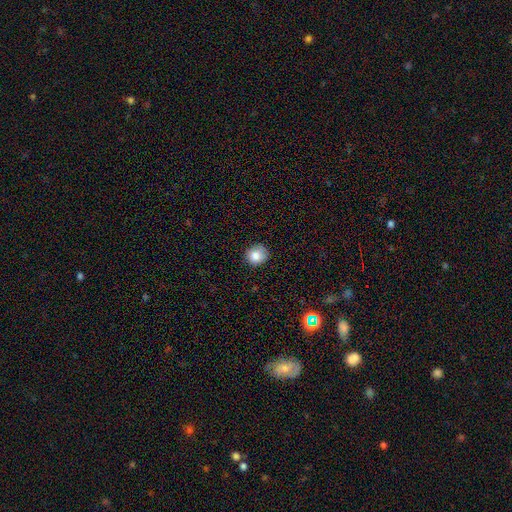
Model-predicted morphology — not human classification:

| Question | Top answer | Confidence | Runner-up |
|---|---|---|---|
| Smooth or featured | smooth | 84% | star or artifact (10%) |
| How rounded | round | 85% | in between (14%) |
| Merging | none | 83% | minor disturbance (14%) |